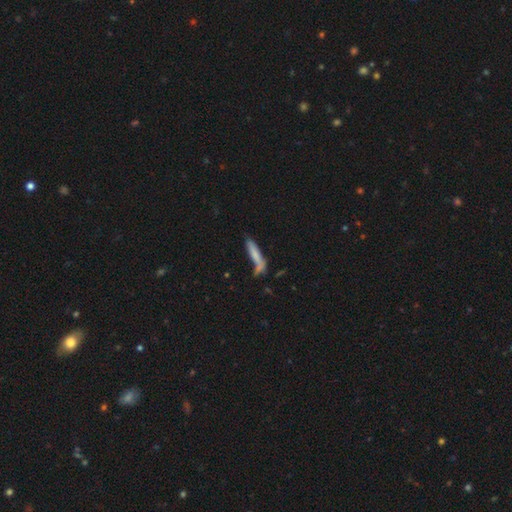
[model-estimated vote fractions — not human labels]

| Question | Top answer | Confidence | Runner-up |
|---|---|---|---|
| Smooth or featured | smooth | 71% | featured or disk (21%) |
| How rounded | cigar-shaped | 83% | in between (16%) |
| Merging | none | 48% | merger (21%) |